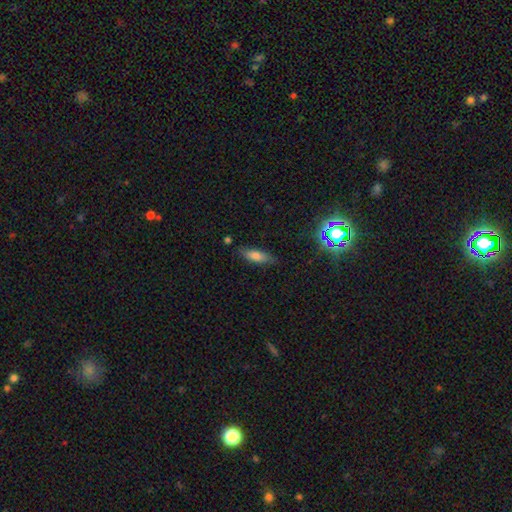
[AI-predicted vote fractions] smooth 73%, featured or disk 17%, star or artifact 10%. Down the decision tree: how rounded — in between (59%); merging — none (79%).